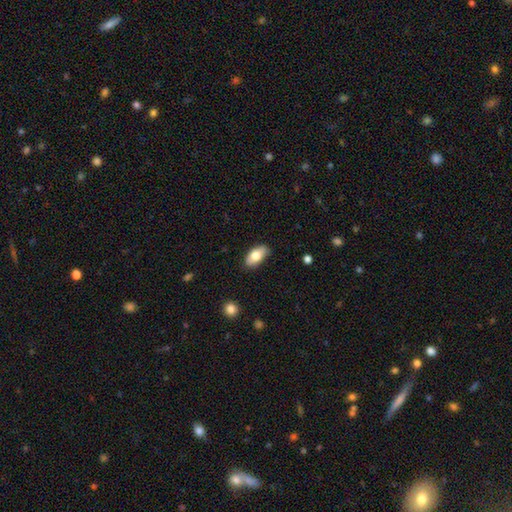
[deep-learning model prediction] Q: Smooth or featured?
A: smooth (77%); runner-up: featured or disk (17%)
Q: How rounded?
A: in between (92%); runner-up: cigar-shaped (5%)
Q: Merging?
A: none (84%); runner-up: minor disturbance (13%)